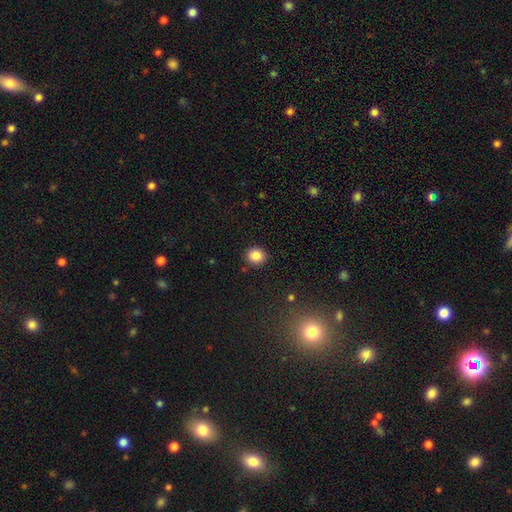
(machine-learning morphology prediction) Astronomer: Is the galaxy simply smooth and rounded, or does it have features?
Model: smooth — 85%.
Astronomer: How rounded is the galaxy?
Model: round — 81%.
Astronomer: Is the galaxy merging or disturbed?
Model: none — 90%.